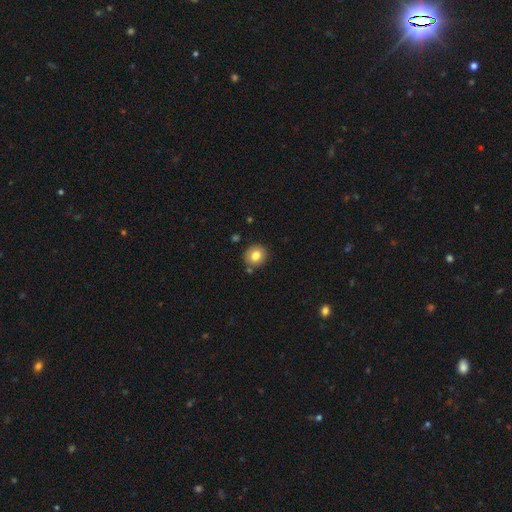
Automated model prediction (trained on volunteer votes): A smooth galaxy with no disk features (80%) that is round (83%).

Vote fractions:
- Smooth or featured? smooth: 80% / featured or disk: 11% / star or artifact: 10%
- How rounded? round: 83% / in between: 16% / cigar-shaped: 1%
- Merging? none: 84% / minor disturbance: 9% / merger: 4% / major disturbance: 2%